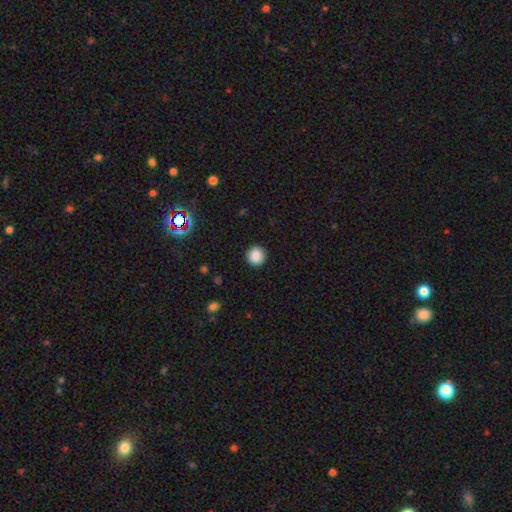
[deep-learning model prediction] Smooth or featured? smooth (87%)
How rounded? round (94%)
Merging? none (92%)